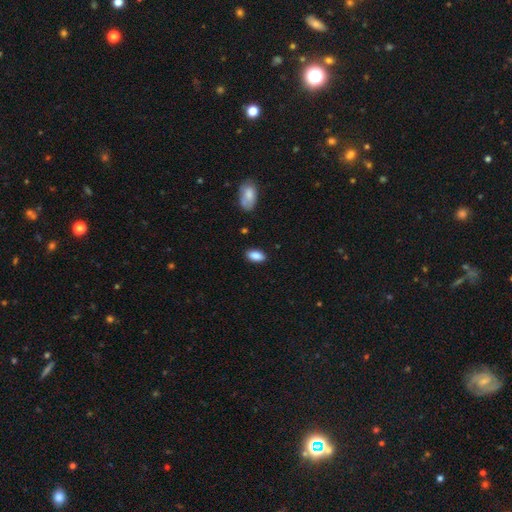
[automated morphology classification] smooth 88%, star or artifact 7%, featured or disk 5%. Down the decision tree: how rounded — in between (92%); merging — none (87%).